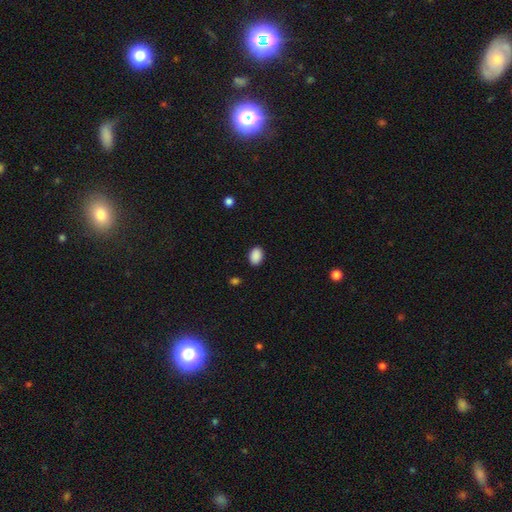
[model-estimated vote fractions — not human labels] smooth_or_featured: smooth (p=0.90) [alt: star or artifact p=0.07]
how_rounded: in between (p=0.81) [alt: round p=0.18]
merging: none (p=0.88) [alt: minor disturbance p=0.09]